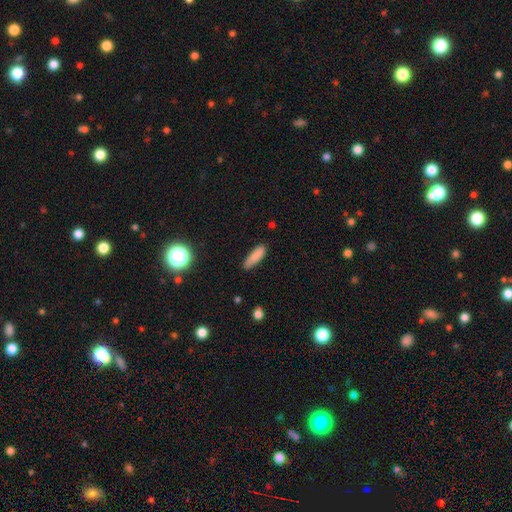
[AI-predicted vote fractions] A smooth galaxy with no disk features (85%) that is cigar-shaped (64%). Merging: none (81%).